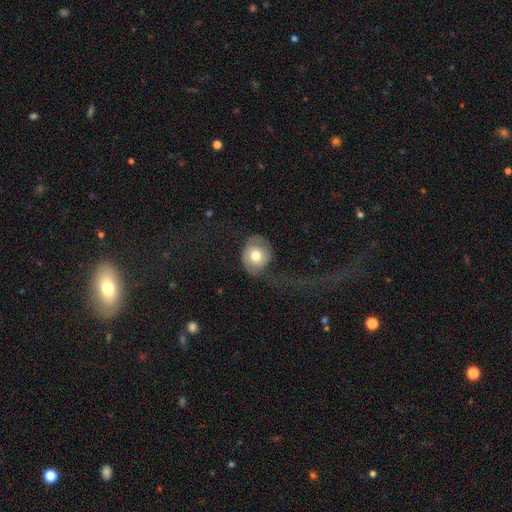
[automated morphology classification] The model was most divided on "merging": major disturbance: 40%, none: 35%, minor disturbance: 23%, merger: 2%. More confident: how rounded — round (68%); smooth or featured — smooth (63%).